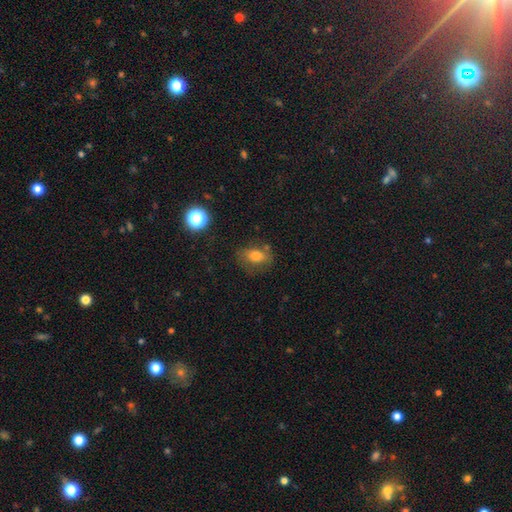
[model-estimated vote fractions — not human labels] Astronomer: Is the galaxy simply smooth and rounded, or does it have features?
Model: smooth — 70%.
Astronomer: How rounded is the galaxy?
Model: in between — 74%.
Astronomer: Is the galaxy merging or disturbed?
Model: none — 64%.